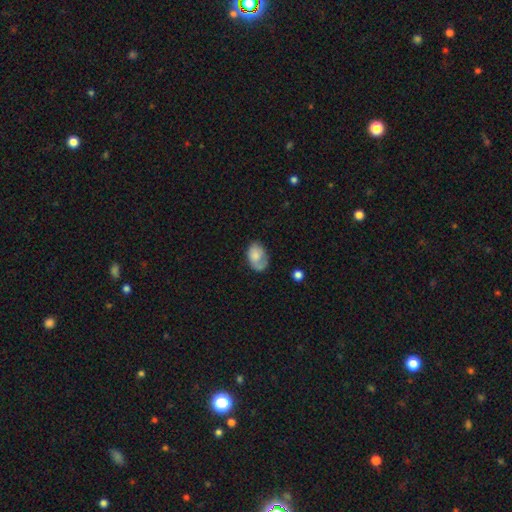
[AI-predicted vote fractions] Smooth or featured? smooth (65%)
How rounded? in between (85%)
Merging? none (48%)